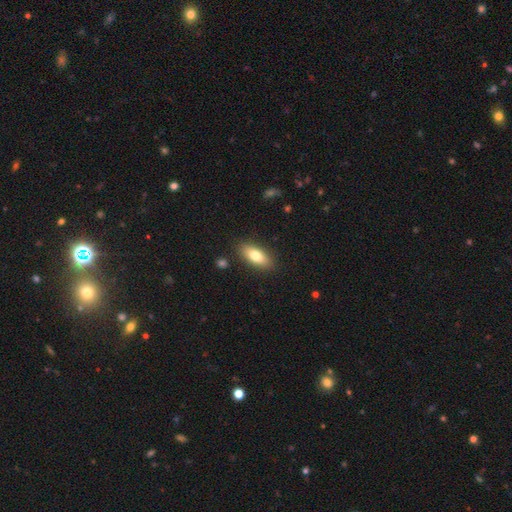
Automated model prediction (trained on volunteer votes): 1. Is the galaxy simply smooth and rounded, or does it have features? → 76% smooth, 18% featured or disk, 7% star or artifact.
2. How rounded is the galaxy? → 79% in between, 18% cigar-shaped, 3% round.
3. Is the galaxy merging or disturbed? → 87% none, 9% minor disturbance, 2% major disturbance, 2% merger.